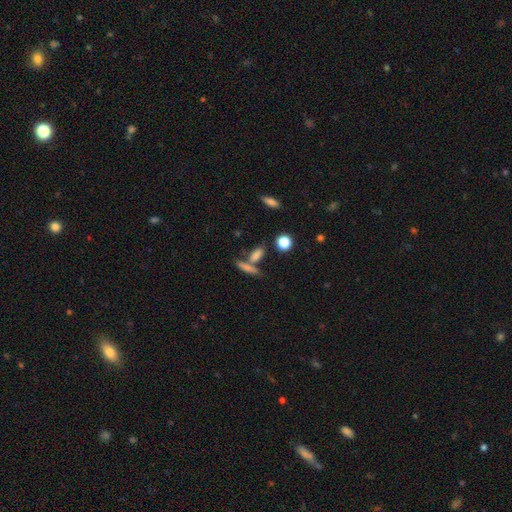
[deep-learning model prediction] A smooth galaxy with no disk features (73%) that is in between round and cigar-shaped (47%). Merging: none (54%).